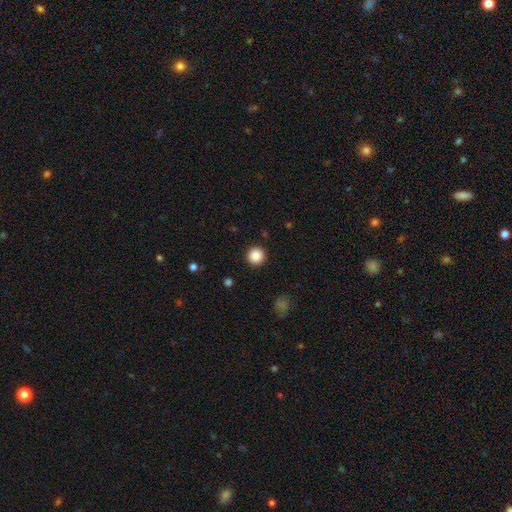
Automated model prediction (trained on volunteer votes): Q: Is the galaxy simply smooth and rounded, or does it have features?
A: smooth — 87%.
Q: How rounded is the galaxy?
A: round — 95%.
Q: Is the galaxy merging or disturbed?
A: none — 92%.